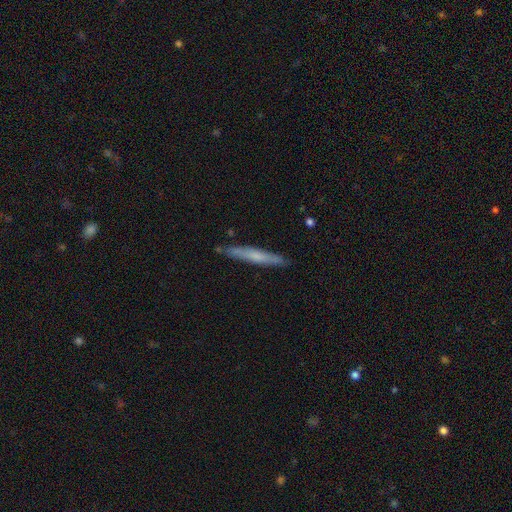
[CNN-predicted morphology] Smooth or featured? smooth (54%)
How rounded? cigar-shaped (95%)
Merging? none (88%)